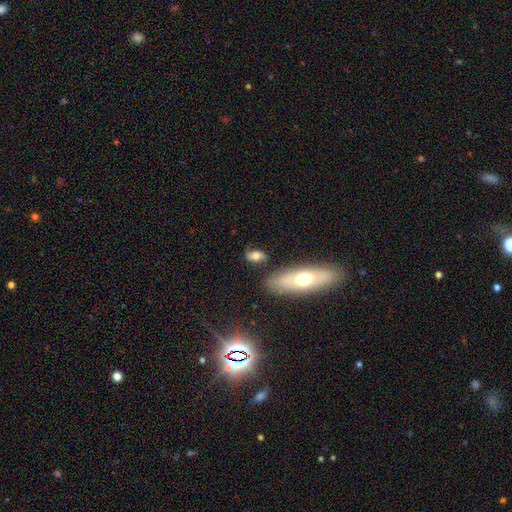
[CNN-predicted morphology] This is possibly a smooth galaxy (58%). How rounded: likely in between (76%). Merging: likely none (68%).